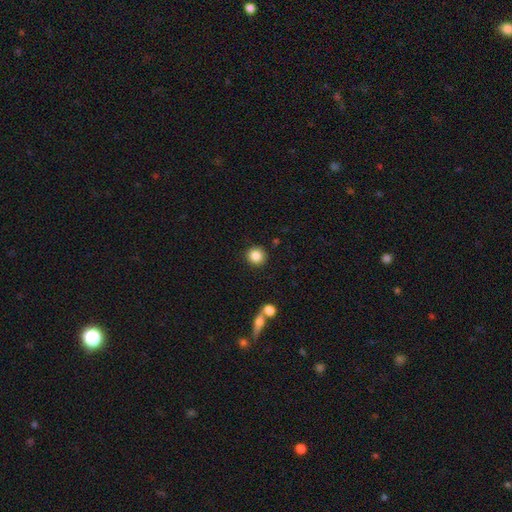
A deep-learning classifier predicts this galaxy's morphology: Smooth or featured? Predicted: smooth (p=0.86). How rounded? Predicted: round (p=0.92). Merging? Predicted: none (p=0.89).